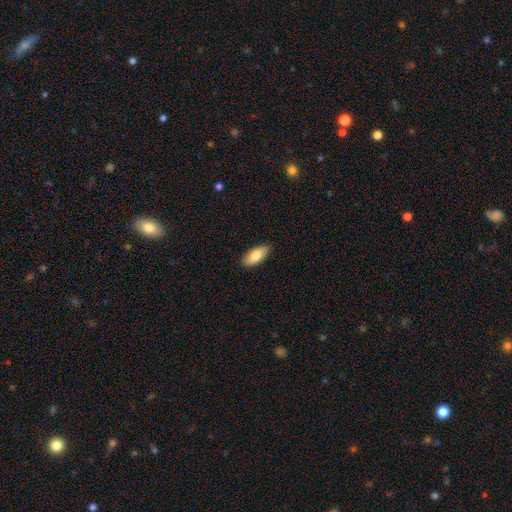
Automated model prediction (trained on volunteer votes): Smooth or featured? Predicted: smooth (p=0.81). How rounded? Predicted: in between (p=0.86). Merging? Predicted: none (p=0.88).